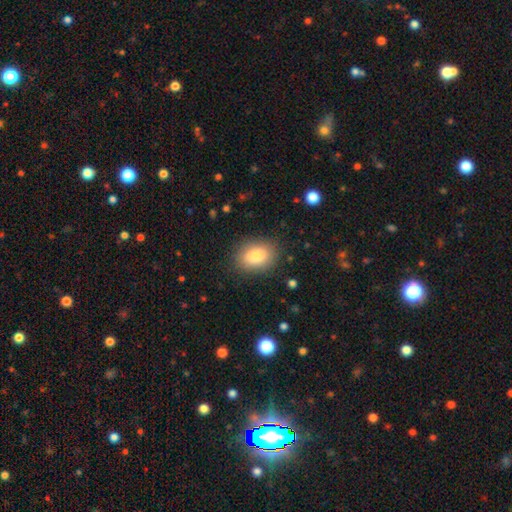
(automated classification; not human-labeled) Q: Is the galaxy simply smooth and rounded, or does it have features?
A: smooth — 85%.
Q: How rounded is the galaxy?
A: in between — 77%.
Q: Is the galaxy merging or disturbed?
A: none — 86%.